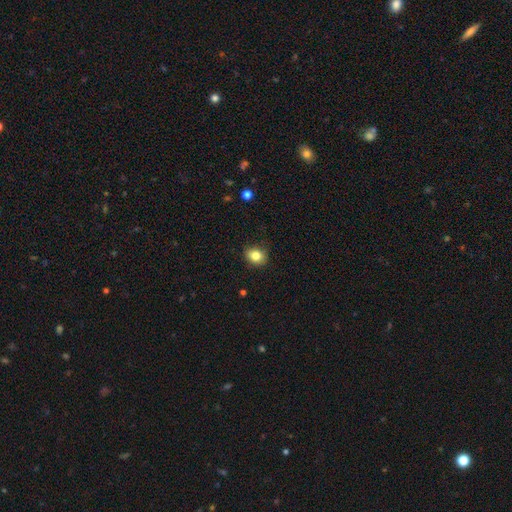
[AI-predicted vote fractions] A smooth galaxy with no disk features (83%) that is round (58%). Merging: none (84%).